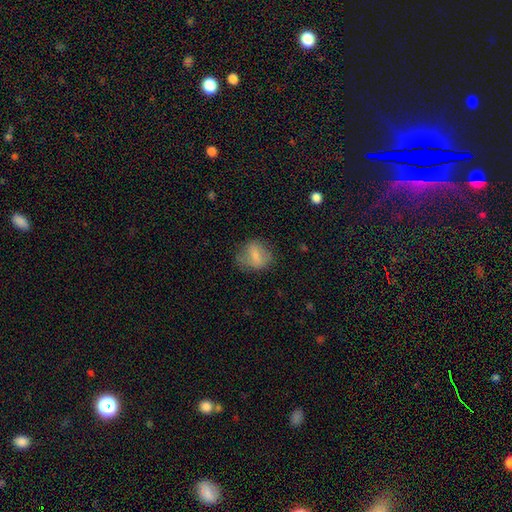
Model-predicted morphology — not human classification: A smooth galaxy with no disk features (66%) that is round (56%).

Vote fractions:
- Smooth or featured? smooth: 66% / featured or disk: 25% / star or artifact: 9%
- How rounded? round: 56% / in between: 42% / cigar-shaped: 2%
- Merging? none: 67% / minor disturbance: 22% / major disturbance: 10% / merger: 1%